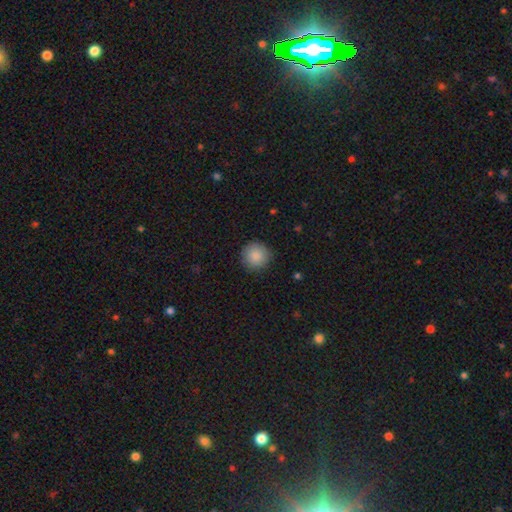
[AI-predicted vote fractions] Smooth or featured? smooth (88%)
How rounded? round (95%)
Merging? none (90%)